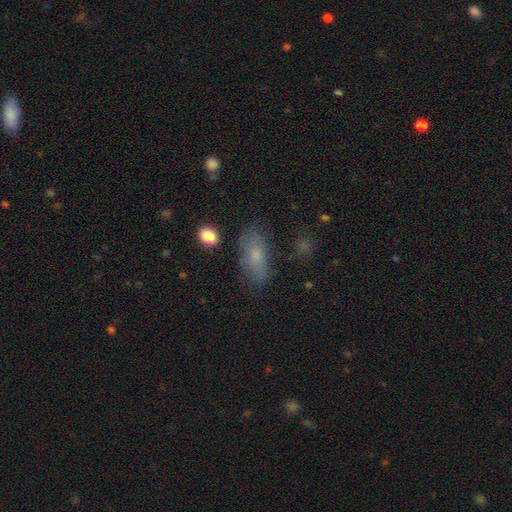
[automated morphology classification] Q: Smooth or featured?
A: smooth (69%); runner-up: featured or disk (20%)
Q: How rounded?
A: in between (81%); runner-up: cigar-shaped (14%)
Q: Merging?
A: none (73%); runner-up: minor disturbance (18%)